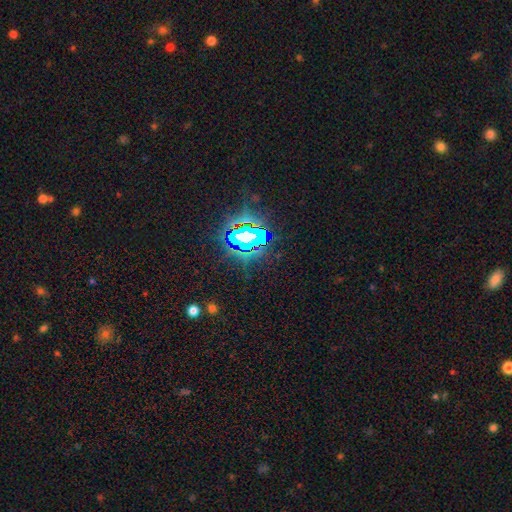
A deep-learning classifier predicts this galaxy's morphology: Q: Smooth or featured?
A: star or artifact (80%); runner-up: smooth (13%)